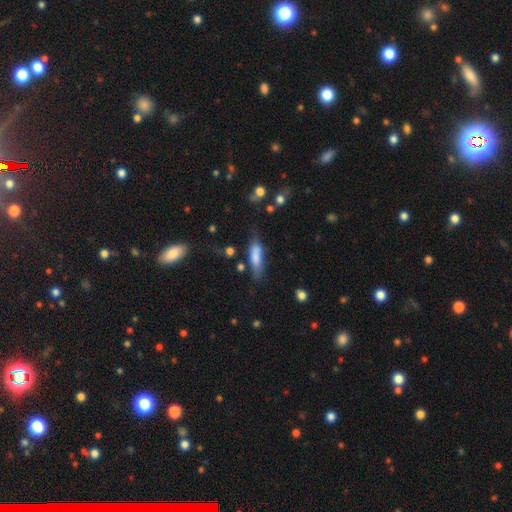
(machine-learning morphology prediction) smooth 75%, featured or disk 18%, star or artifact 7%. Down the decision tree: how rounded — cigar-shaped (56%); merging — none (59%).